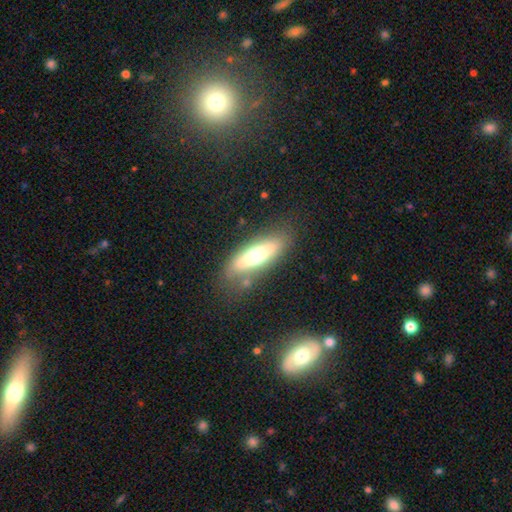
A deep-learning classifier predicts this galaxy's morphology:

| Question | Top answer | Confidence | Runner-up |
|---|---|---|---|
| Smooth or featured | smooth | 55% | featured or disk (37%) |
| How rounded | in between | 49% | cigar-shaped (48%) |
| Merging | none | 78% | minor disturbance (14%) |